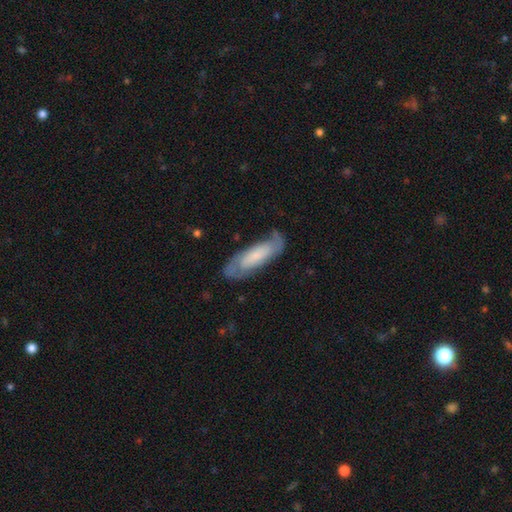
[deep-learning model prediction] The model was most divided on "smooth or featured": featured or disk: 55%, smooth: 38%, star or artifact: 7%. More confident: edge-on disk — no (80%); merging — none (70%).